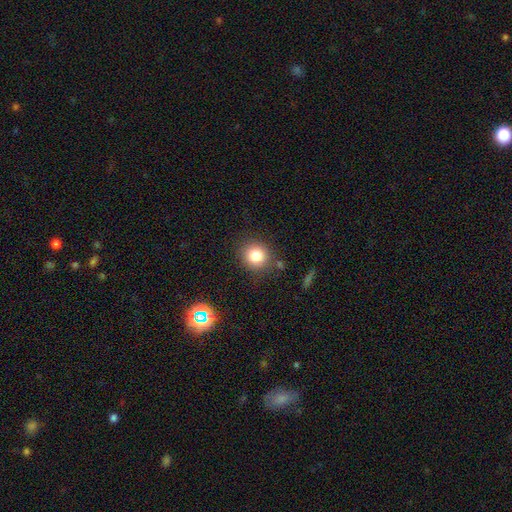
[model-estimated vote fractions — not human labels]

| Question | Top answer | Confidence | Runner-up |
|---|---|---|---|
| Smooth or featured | smooth | 82% | star or artifact (12%) |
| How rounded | round | 89% | in between (10%) |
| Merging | none | 84% | minor disturbance (9%) |